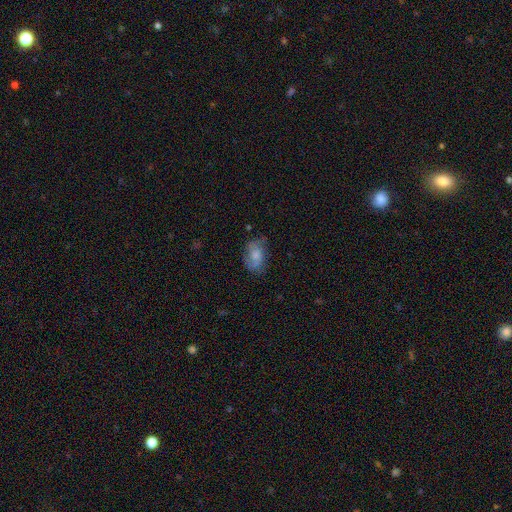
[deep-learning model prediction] A smooth galaxy with no disk features (64%) that is in between round and cigar-shaped (84%). Merging: none (58%).